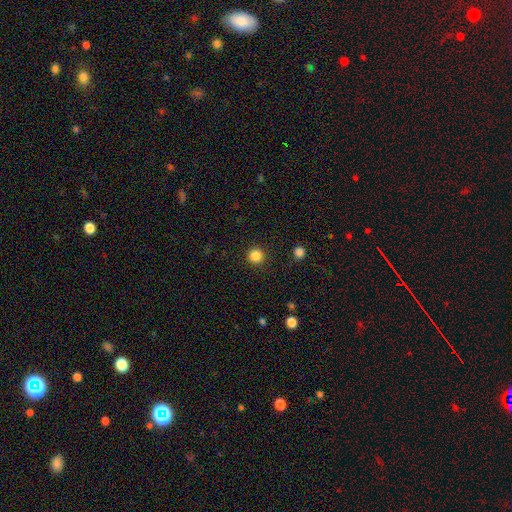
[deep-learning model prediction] Smooth or featured: smooth — 85% (star or artifact — 12%)
How rounded: round — 95% (in between — 4%)
Merging: none — 92% (minor disturbance — 5%)